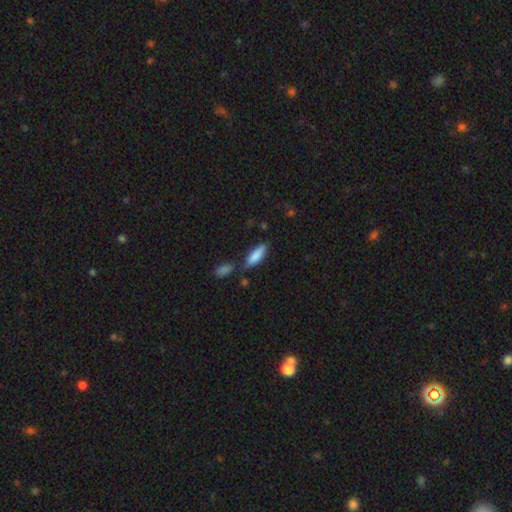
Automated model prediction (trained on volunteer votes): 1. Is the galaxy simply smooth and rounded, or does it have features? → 82% smooth, 12% featured or disk, 6% star or artifact.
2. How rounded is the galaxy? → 54% cigar-shaped, 44% in between, 2% round.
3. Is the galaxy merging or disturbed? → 68% none, 16% minor disturbance, 12% merger, 4% major disturbance.